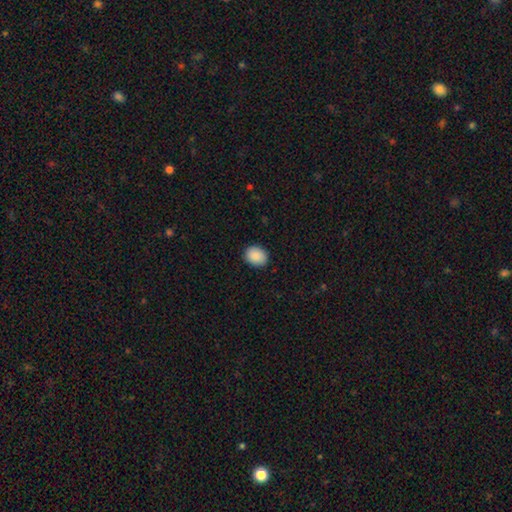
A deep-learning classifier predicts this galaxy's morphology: type=smooth (90%); roundness=round (51%); merging=none (89%).